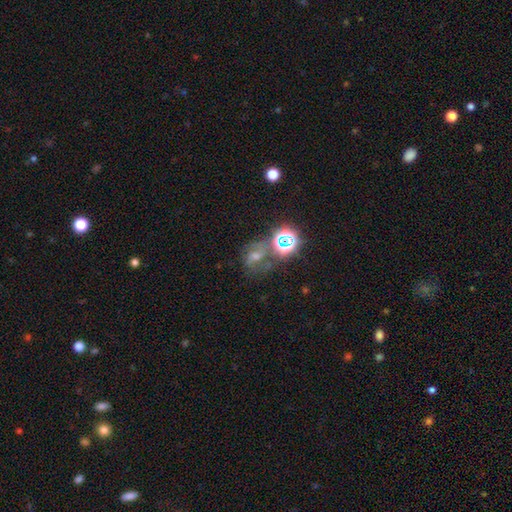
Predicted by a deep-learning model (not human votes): Smooth or featured: featured or disk — 42% (star or artifact — 37%)
Merging: none — 53% (merger — 17%)